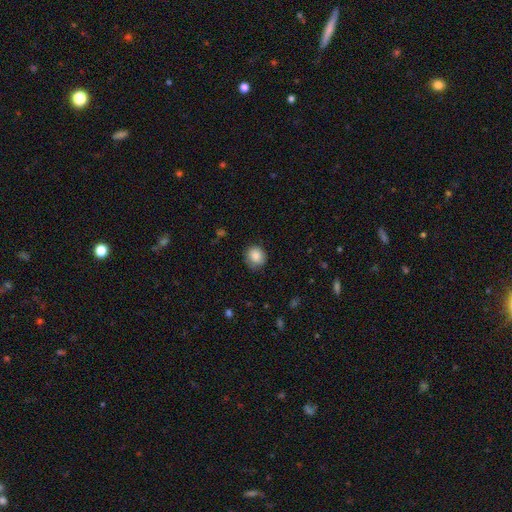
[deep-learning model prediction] smooth-or-featured: smooth: 85% | star or artifact: 8% | featured or disk: 7%
  how-rounded: round: 81% | in between: 18% | cigar-shaped: 1%
  merging: none: 76% | minor disturbance: 19% | major disturbance: 4% | merger: 1%